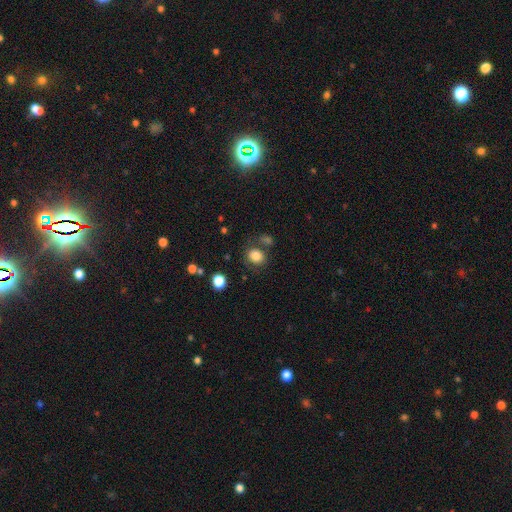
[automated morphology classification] Overall: smooth (82%). How rounded: round (64%; in between 36%). Merging: none (69%).